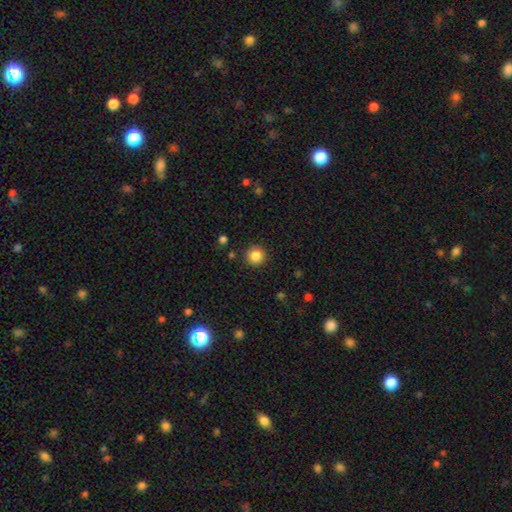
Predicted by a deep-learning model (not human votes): smooth_or_featured: smooth (p=0.86) [alt: star or artifact p=0.10]
how_rounded: round (p=0.95) [alt: in between p=0.05]
merging: none (p=0.90) [alt: minor disturbance p=0.06]